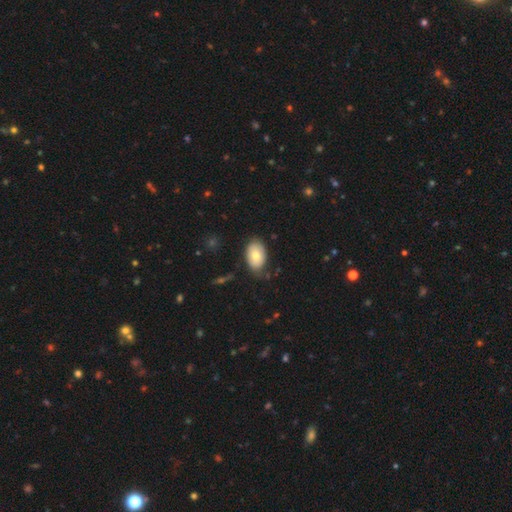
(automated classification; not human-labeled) Overall: smooth (77%). How rounded: in between (90%). Merging: none (78%).